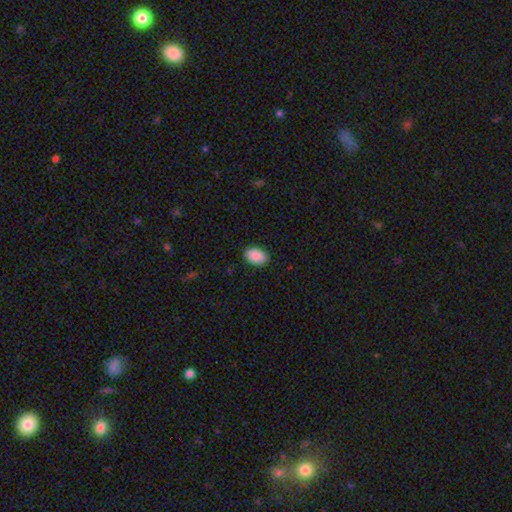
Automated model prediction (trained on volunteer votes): This appears to be a smooth galaxy with no disk features (91%) that is in between round and cigar-shaped (90%). Merging: none (89%).